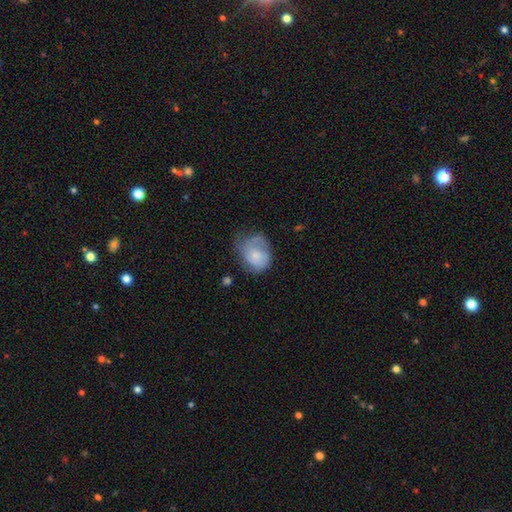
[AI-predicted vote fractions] Q: Smooth or featured?
A: smooth (52%); runner-up: featured or disk (41%)
Q: How rounded?
A: in between (52%); runner-up: round (47%)
Q: Merging?
A: none (36%); runner-up: minor disturbance (35%)